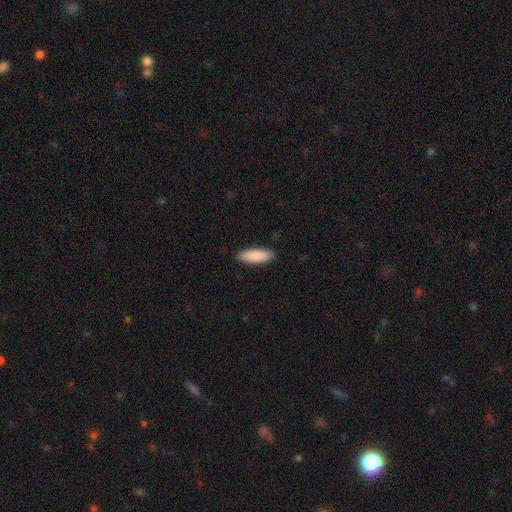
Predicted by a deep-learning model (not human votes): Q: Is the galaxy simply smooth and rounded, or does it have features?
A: smooth — 90%.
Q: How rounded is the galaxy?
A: in between — 65%.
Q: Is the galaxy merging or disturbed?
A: none — 90%.